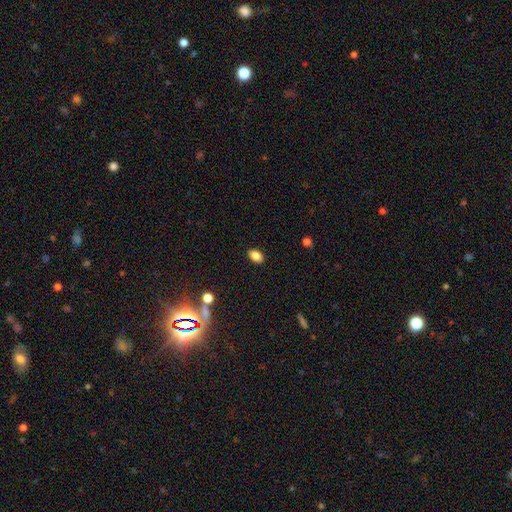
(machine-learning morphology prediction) The model was most divided on "how rounded": in between: 86%, round: 13%, cigar-shaped: 2%. More confident: merging — none (88%); smooth or featured — smooth (84%).